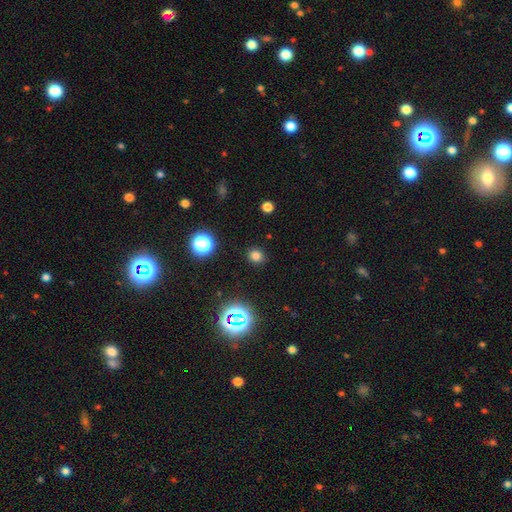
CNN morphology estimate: Q: Smooth or featured?
A: smooth (75%); runner-up: star or artifact (20%)
Q: How rounded?
A: round (81%); runner-up: in between (18%)
Q: Merging?
A: none (88%); runner-up: minor disturbance (8%)